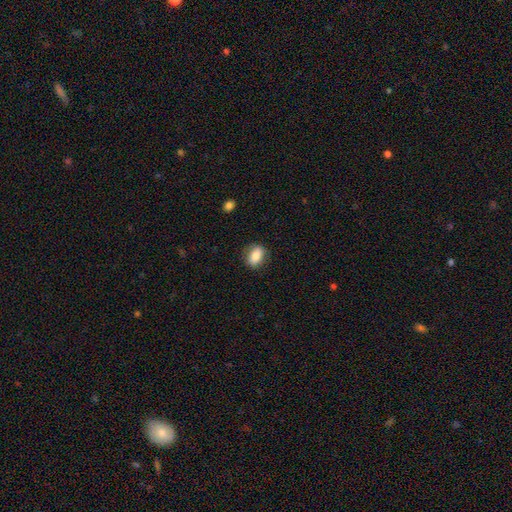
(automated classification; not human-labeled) Q: Smooth or featured?
A: smooth (84%); runner-up: featured or disk (9%)
Q: How rounded?
A: in between (79%); runner-up: round (18%)
Q: Merging?
A: none (80%); runner-up: minor disturbance (15%)